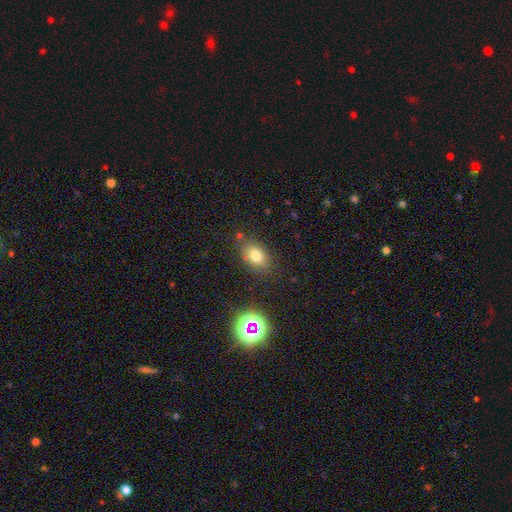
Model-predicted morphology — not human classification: A smooth galaxy with no disk features (75%) that is in between round and cigar-shaped (79%).

Vote fractions:
- Smooth or featured? smooth: 75% / star or artifact: 15% / featured or disk: 10%
- How rounded? in between: 79% / round: 19% / cigar-shaped: 2%
- Merging? none: 81% / minor disturbance: 12% / major disturbance: 4% / merger: 3%